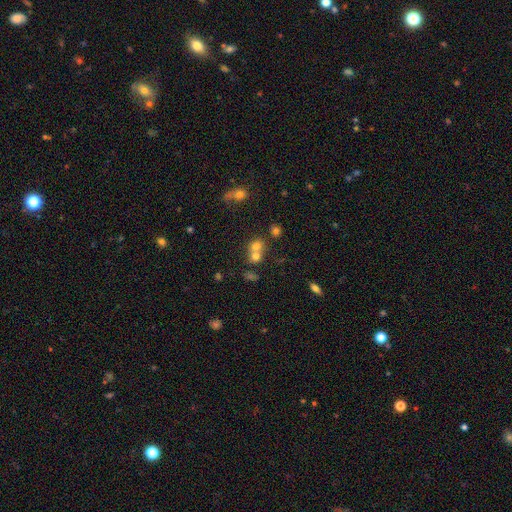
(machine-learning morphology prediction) A smooth galaxy with no disk features (67%) that is round (72%). Merging: merger (55%).